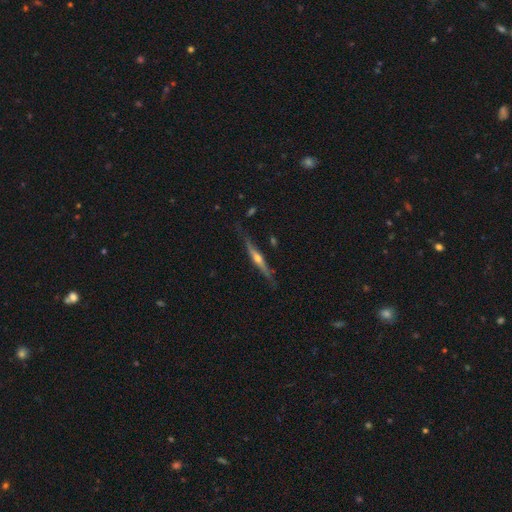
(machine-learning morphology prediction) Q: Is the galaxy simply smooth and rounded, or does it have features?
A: featured or disk — 78%.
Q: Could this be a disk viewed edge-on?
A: yes — 97%.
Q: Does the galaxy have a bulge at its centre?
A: rounded — 88%.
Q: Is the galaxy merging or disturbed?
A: none — 82%.